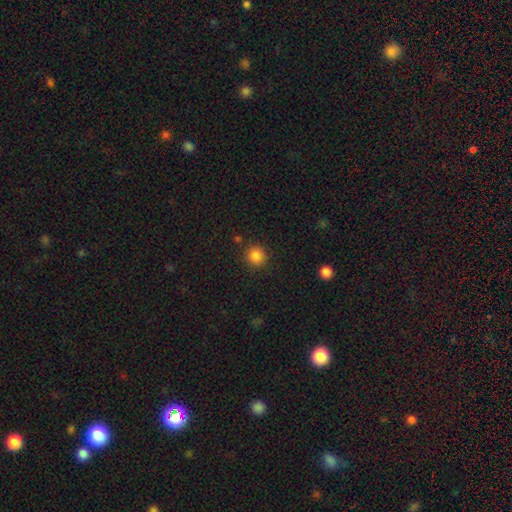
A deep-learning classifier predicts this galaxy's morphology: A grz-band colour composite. It shows a smooth galaxy with no disk features (85%) that is round (93%). Merging: none (89%).